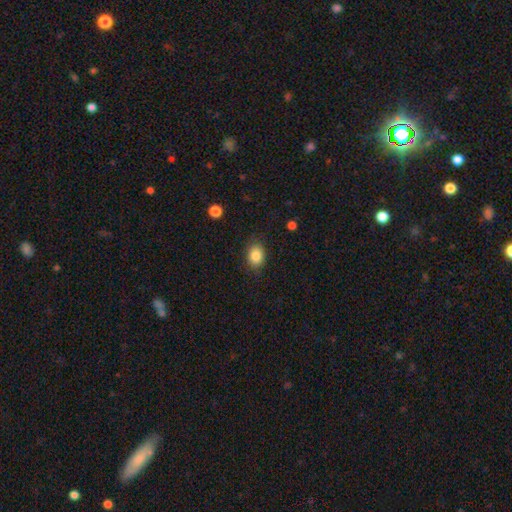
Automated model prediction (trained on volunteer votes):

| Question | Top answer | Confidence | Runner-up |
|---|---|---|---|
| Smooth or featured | smooth | 85% | star or artifact (9%) |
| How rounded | in between | 68% | round (31%) |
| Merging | none | 84% | minor disturbance (12%) |